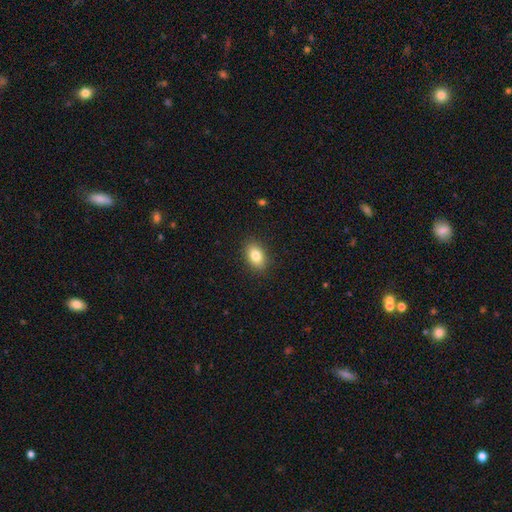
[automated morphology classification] smooth_or_featured: smooth (p=0.83) [alt: featured or disk p=0.09]
how_rounded: in between (p=0.86) [alt: round p=0.12]
merging: none (p=0.89) [alt: minor disturbance p=0.08]